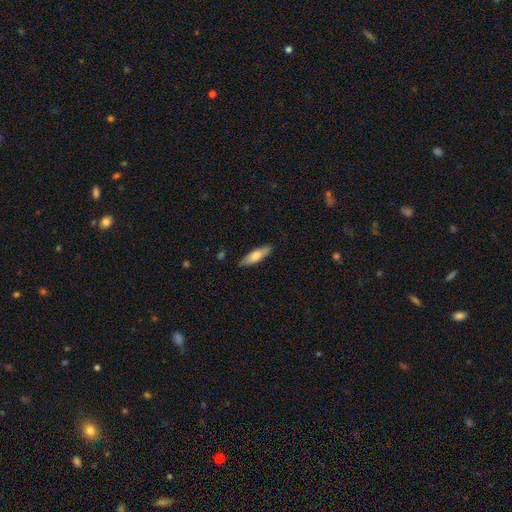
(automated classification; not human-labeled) Q: Smooth or featured?
A: smooth (70%); runner-up: featured or disk (24%)
Q: How rounded?
A: cigar-shaped (56%); runner-up: in between (43%)
Q: Merging?
A: none (86%); runner-up: minor disturbance (11%)